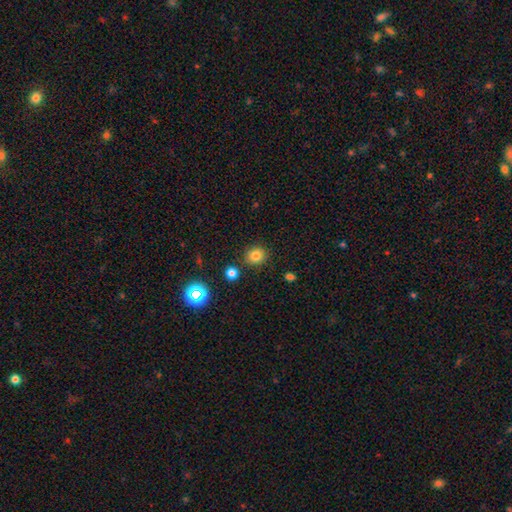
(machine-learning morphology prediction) Smooth or featured? smooth (79%)
How rounded? round (82%)
Merging? none (85%)